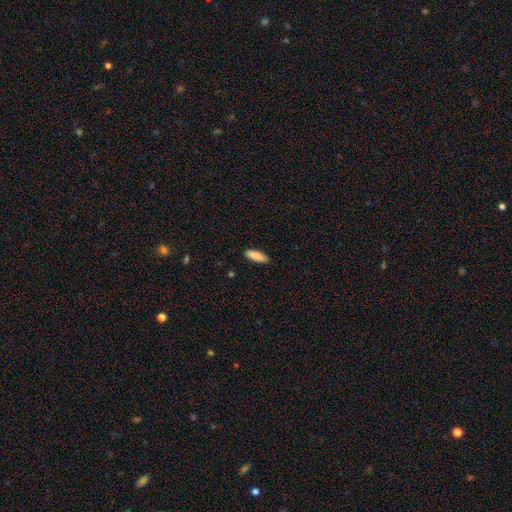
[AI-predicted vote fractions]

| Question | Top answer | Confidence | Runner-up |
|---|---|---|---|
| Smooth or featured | smooth | 89% | star or artifact (6%) |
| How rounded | in between | 53% | cigar-shaped (45%) |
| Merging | none | 88% | minor disturbance (9%) |